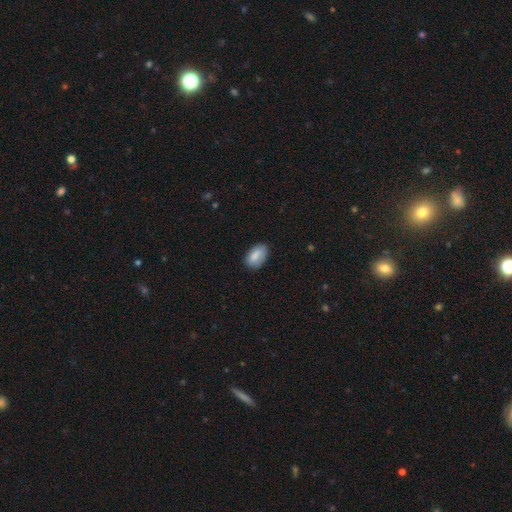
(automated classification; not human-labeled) A smooth galaxy with no disk features (84%) that is in between round and cigar-shaped (91%).

Vote fractions:
- Smooth or featured? smooth: 84% / featured or disk: 10% / star or artifact: 7%
- How rounded? in between: 91% / round: 8% / cigar-shaped: 2%
- Merging? none: 78% / minor disturbance: 17% / major disturbance: 3% / merger: 1%